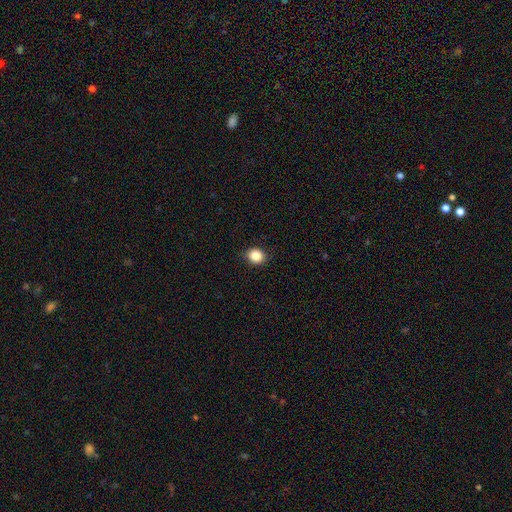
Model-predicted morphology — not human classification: smooth-or-featured: smooth: 86% | star or artifact: 10% | featured or disk: 4%
  how-rounded: round: 69% | in between: 30% | cigar-shaped: 1%
  merging: none: 89% | minor disturbance: 8% | major disturbance: 2% | merger: 1%